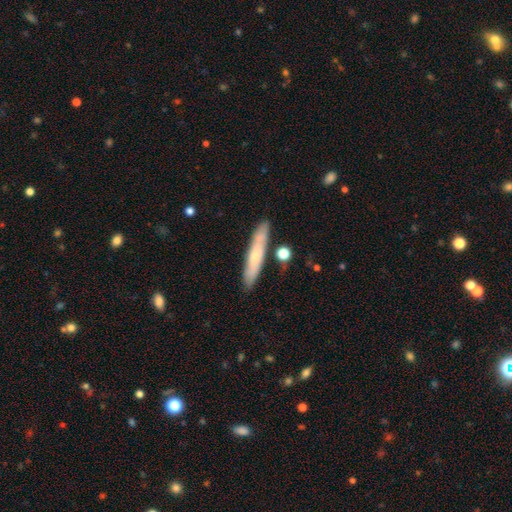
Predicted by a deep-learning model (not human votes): Smooth or featured?
  - smooth: 59% *
  - featured or disk: 35%
  - star or artifact: 6%
How rounded?
  - cigar-shaped: 90% *
  - in between: 9%
  - round: 1%
Merging?
  - none: 82% *
  - minor disturbance: 11%
  - merger: 4%
  - major disturbance: 2%